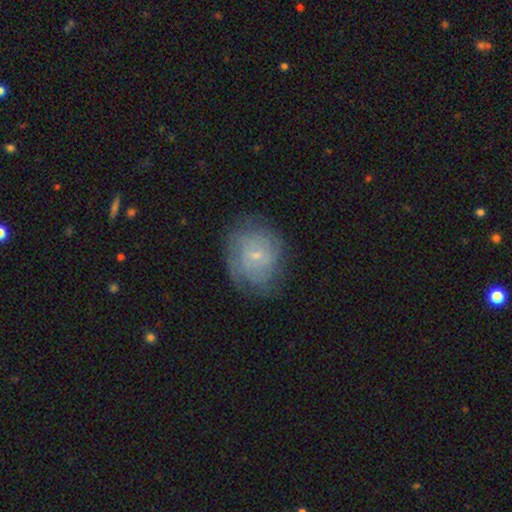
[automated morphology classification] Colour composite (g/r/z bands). It shows a featured or disk galaxy (53%) with no bar (57%), spiral arms (68%) and a small central bulge (76%). Merging: none (64%).